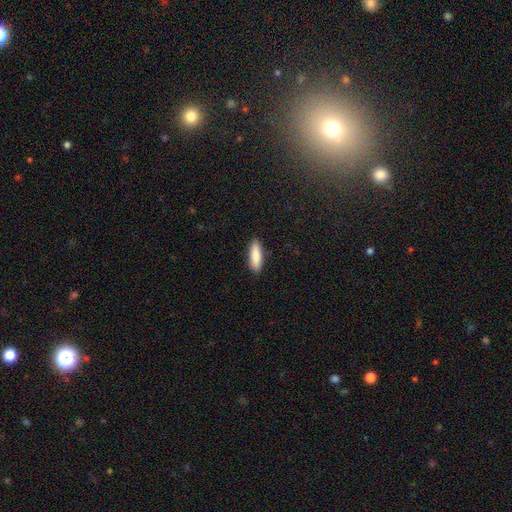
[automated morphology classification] Overall: smooth (85%). How rounded: cigar-shaped (61%; in between 37%). Merging: none (89%).